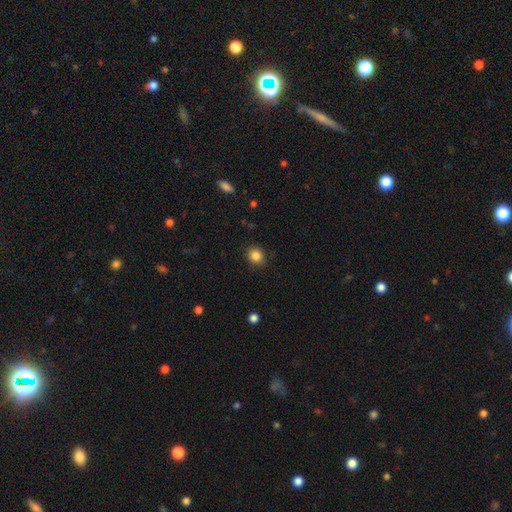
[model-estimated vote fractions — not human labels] Overall: smooth (86%). How rounded: round (81%). Merging: none (87%).